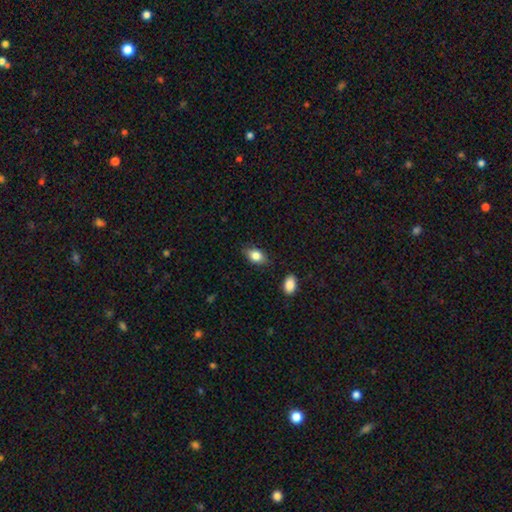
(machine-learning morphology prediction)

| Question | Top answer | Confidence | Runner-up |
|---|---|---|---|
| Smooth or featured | smooth | 81% | featured or disk (11%) |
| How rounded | in between | 84% | round (13%) |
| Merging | none | 80% | minor disturbance (15%) |